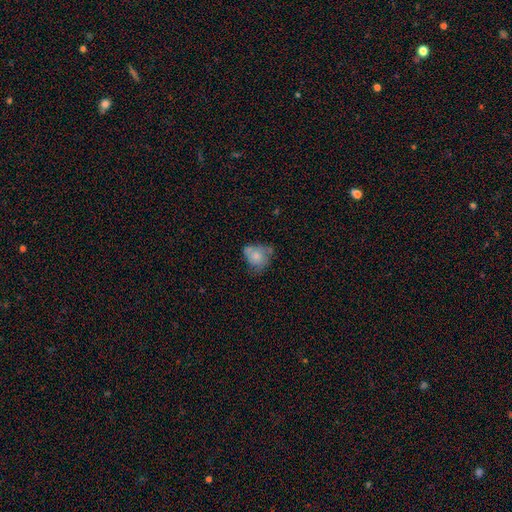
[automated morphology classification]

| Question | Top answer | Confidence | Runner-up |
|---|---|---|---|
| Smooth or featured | smooth | 69% | featured or disk (23%) |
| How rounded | round | 54% | in between (45%) |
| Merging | none | 39% | minor disturbance (32%) |